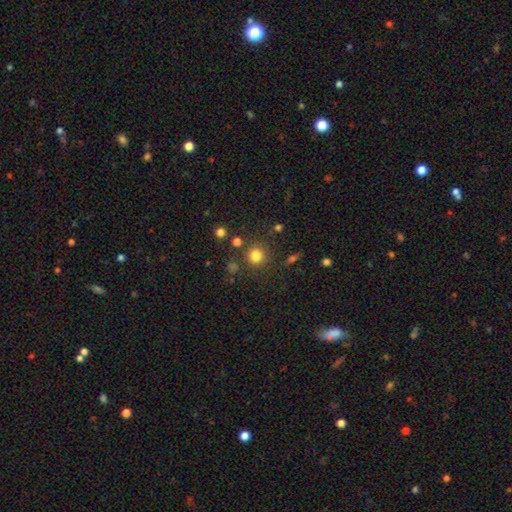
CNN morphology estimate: Overall: smooth (81%). How rounded: round (91%). Merging: none (81%).